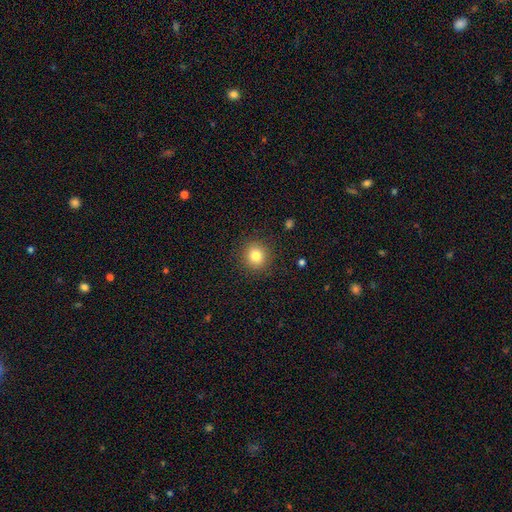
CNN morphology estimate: smooth_or_featured: smooth (p=0.81) [alt: star or artifact p=0.12]
how_rounded: round (p=0.91) [alt: in between p=0.08]
merging: none (p=0.90) [alt: minor disturbance p=0.06]